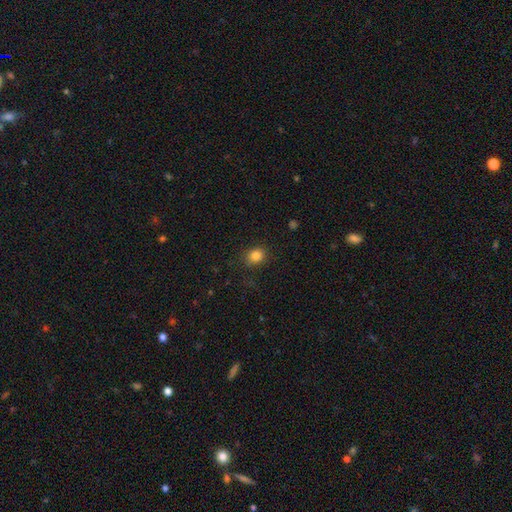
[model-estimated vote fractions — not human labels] Smooth or featured: smooth — 84% (star or artifact — 11%)
How rounded: round — 61% (in between — 38%)
Merging: none — 85% (minor disturbance — 11%)